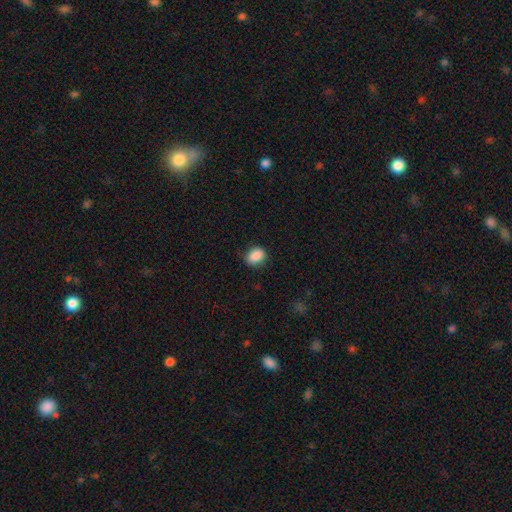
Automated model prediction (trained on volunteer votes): Smooth or featured? smooth (89%)
How rounded? in between (63%)
Merging? none (81%)